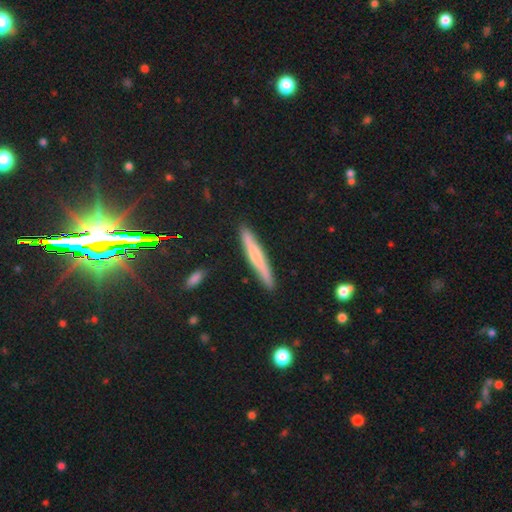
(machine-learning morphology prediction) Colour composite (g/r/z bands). It shows a smooth galaxy with no disk features (57%) that is cigar-shaped (95%). Merging: none (88%).